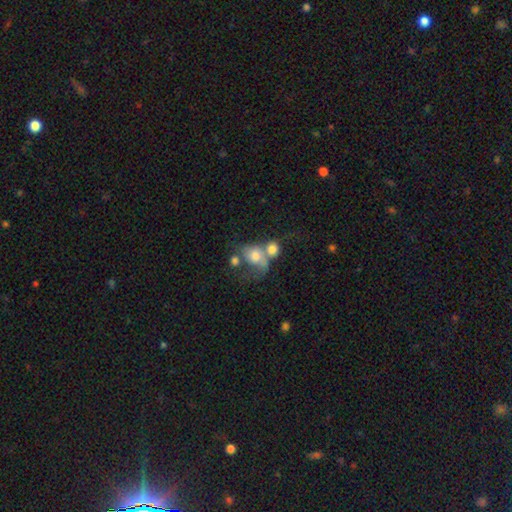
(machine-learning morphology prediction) A smooth galaxy with no disk features (61%) that is round (55%). Merging: merger (61%).